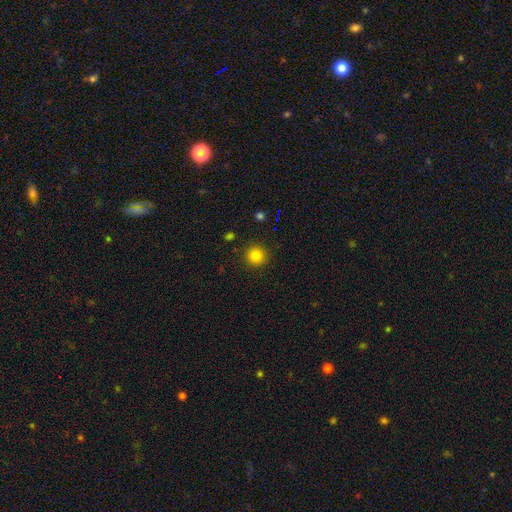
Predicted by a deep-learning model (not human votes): Q: Smooth or featured?
A: smooth (83%); runner-up: star or artifact (13%)
Q: How rounded?
A: round (94%); runner-up: in between (5%)
Q: Merging?
A: none (91%); runner-up: minor disturbance (6%)